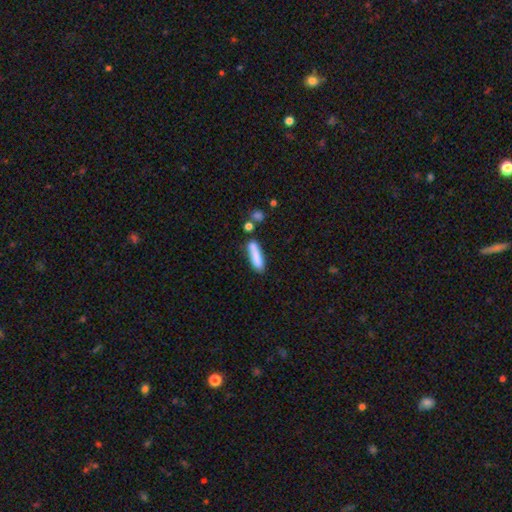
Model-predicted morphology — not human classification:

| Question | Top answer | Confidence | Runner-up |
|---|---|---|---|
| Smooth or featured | smooth | 83% | featured or disk (10%) |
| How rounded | cigar-shaped | 73% | in between (26%) |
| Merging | none | 67% | minor disturbance (18%) |